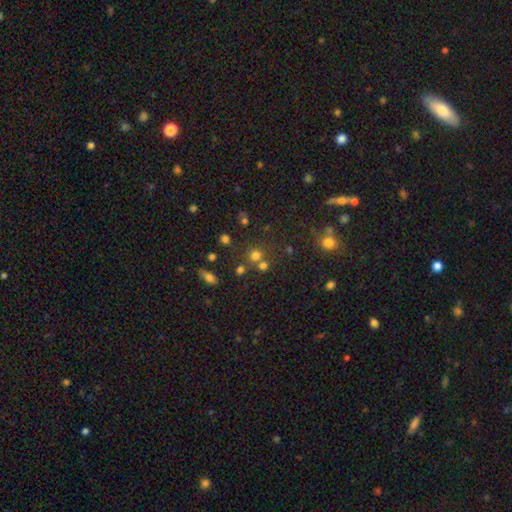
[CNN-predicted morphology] A smooth galaxy with no disk features (69%) that is round (87%).

Vote fractions:
- Smooth or featured? smooth: 69% / star or artifact: 22% / featured or disk: 9%
- How rounded? round: 87% / in between: 11% / cigar-shaped: 1%
- Merging? none: 64% / merger: 24% / minor disturbance: 8% / major disturbance: 4%